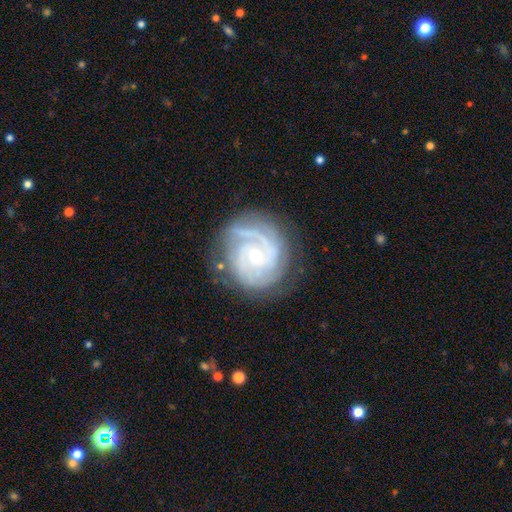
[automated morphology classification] This is clearly a featured or disk galaxy (88%). It is clearly not viewed edge-on (98%). Bar: likely no (70%). Spiral arm pattern: clearly yes (97%). Spiral arm count: marginally 2 (32%). Spiral winding: likely tight (66%). Central bulge: likely small (62%). Merging: likely none (75%).